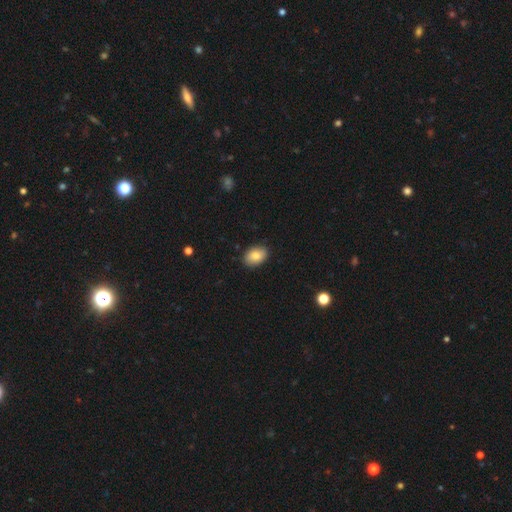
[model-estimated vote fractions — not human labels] This appears to be a smooth galaxy with no disk features (84%) that is in between round and cigar-shaped (84%). Merging: none (88%).